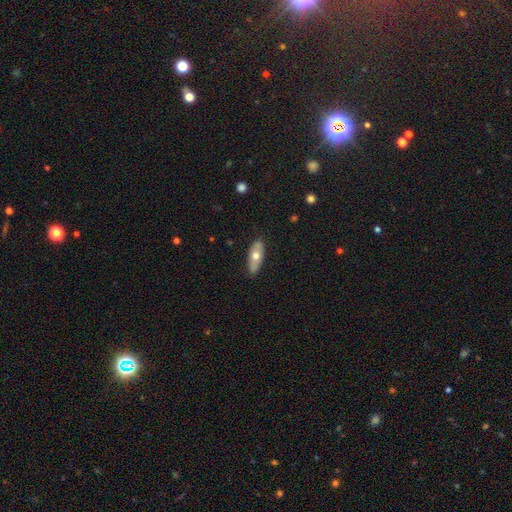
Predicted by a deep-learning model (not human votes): A smooth galaxy with no disk features (59%) that is in between round and cigar-shaped (76%).

Vote fractions:
- Smooth or featured? smooth: 59% / featured or disk: 36% / star or artifact: 6%
- How rounded? in between: 76% / cigar-shaped: 21% / round: 3%
- Merging? none: 82% / minor disturbance: 14% / major disturbance: 2% / merger: 1%